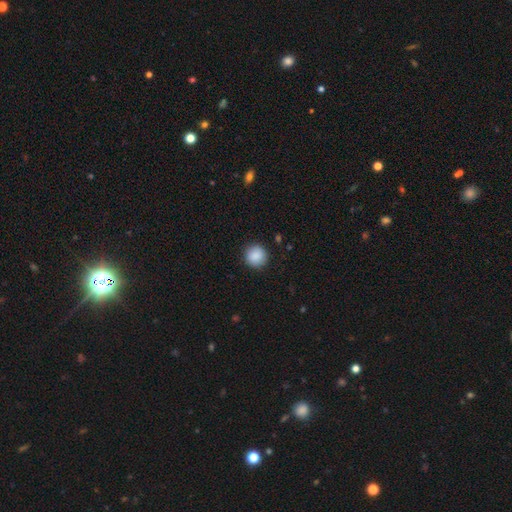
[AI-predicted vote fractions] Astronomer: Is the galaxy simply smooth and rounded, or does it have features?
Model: smooth — 89%.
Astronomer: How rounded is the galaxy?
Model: round — 93%.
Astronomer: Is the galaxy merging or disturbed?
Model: none — 91%.